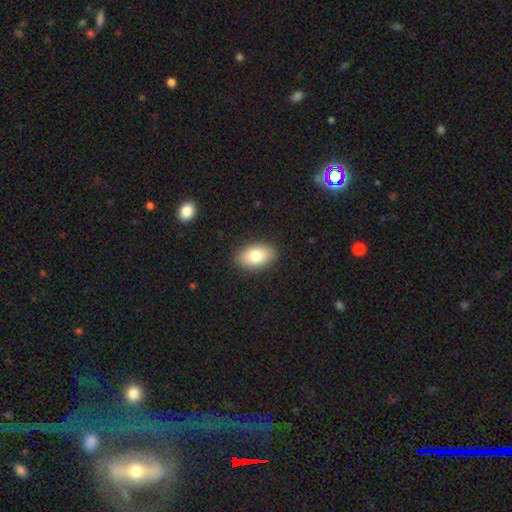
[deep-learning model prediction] Overall: smooth (80%). How rounded: in between (90%). Merging: none (88%).